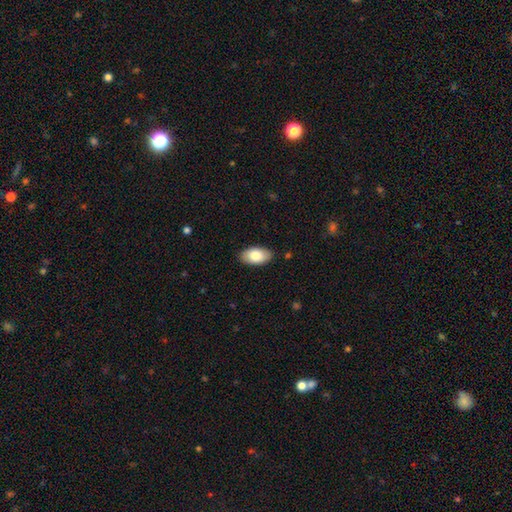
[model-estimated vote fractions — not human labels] Smooth or featured? smooth (83%)
How rounded? in between (95%)
Merging? none (87%)